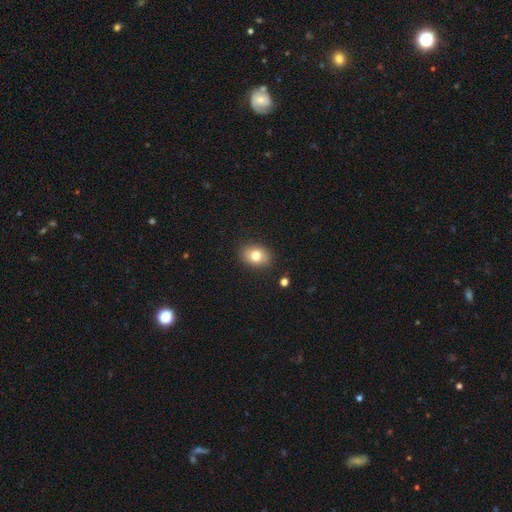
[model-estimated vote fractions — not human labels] This appears to be a smooth galaxy with no disk features (78%) that is in between round and cigar-shaped (61%). Merging: none (88%).